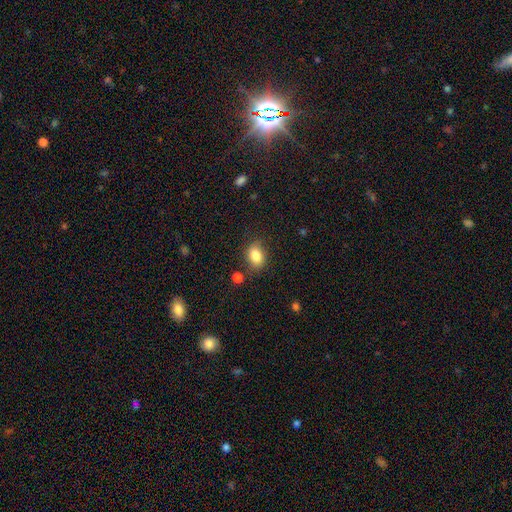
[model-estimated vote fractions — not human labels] smooth_or_featured: smooth (p=0.83) [alt: star or artifact p=0.09]
how_rounded: in between (p=0.74) [alt: round p=0.25]
merging: none (p=0.78) [alt: minor disturbance p=0.15]